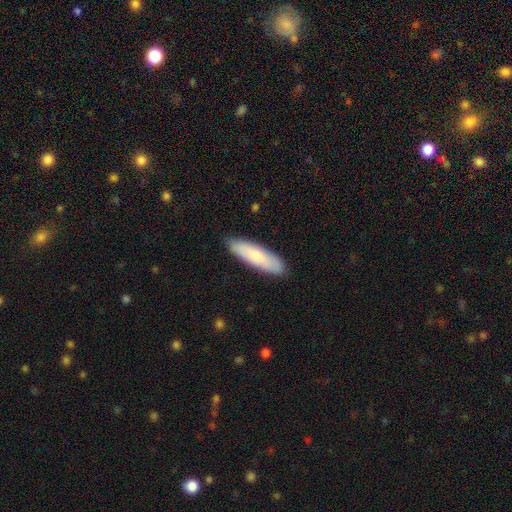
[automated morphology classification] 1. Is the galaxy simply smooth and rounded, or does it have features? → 76% smooth, 19% featured or disk, 5% star or artifact.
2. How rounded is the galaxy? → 60% cigar-shaped, 38% in between, 2% round.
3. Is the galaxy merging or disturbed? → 87% none, 10% minor disturbance, 2% major disturbance, 1% merger.